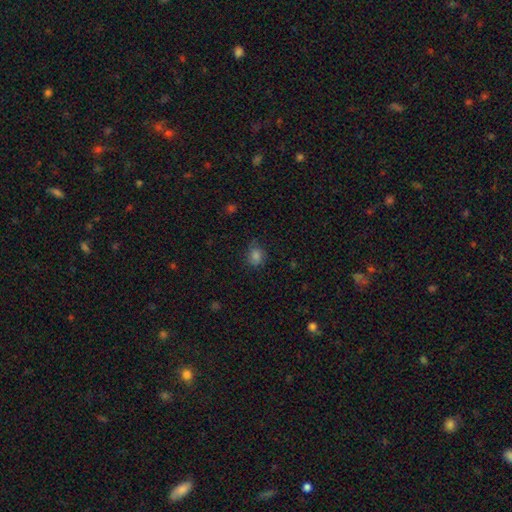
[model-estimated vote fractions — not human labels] smooth 75%, star or artifact 17%, featured or disk 8%. Down the decision tree: how rounded — round (63%); merging — none (72%).